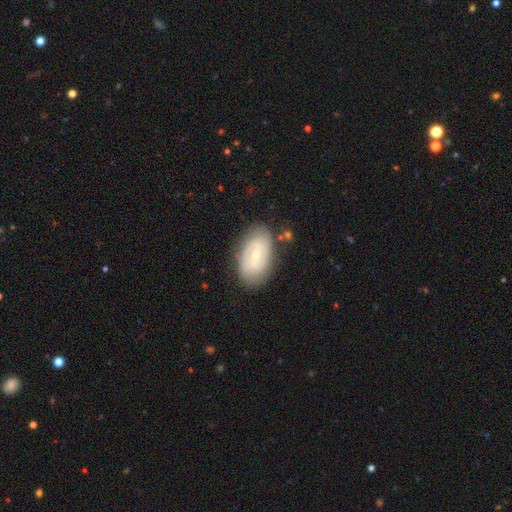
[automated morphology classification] The model was most divided on "bar": weak: 49%, no: 38%, strong: 12%. More confident: edge-on disk — no (96%); spiral arms — yes (83%); merging — none (78%); smooth or featured — featured or disk (67%); bulge size — small (64%); spiral arm count — 2 (60%); spiral winding — tight (50%).